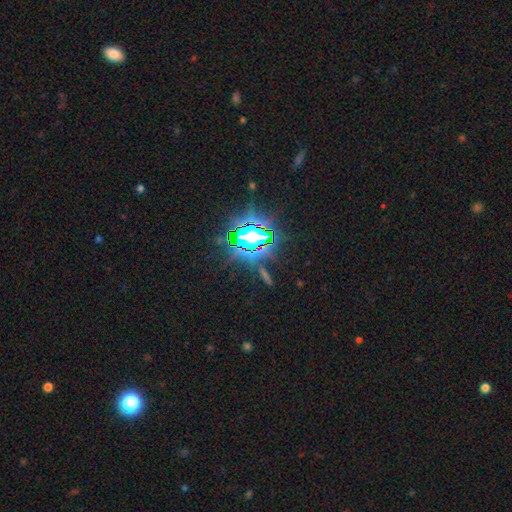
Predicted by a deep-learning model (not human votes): The model was most divided on "smooth or featured": star or artifact: 86%, smooth: 8%, featured or disk: 6%.